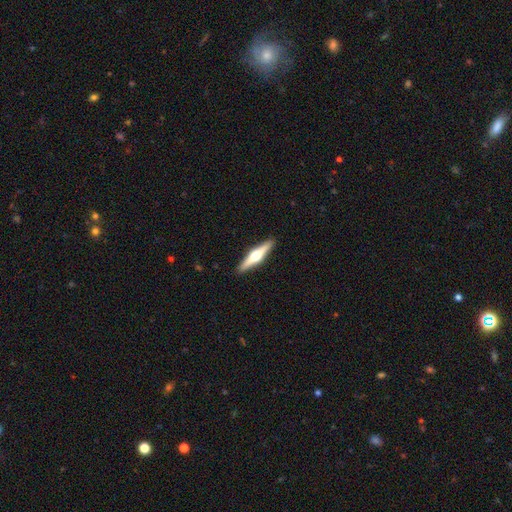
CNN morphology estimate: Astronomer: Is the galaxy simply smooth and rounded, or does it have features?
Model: featured or disk — 69%.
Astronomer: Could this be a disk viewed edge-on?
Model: yes — 98%.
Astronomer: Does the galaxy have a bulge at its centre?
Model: rounded — 95%.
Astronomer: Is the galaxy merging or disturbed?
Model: none — 92%.